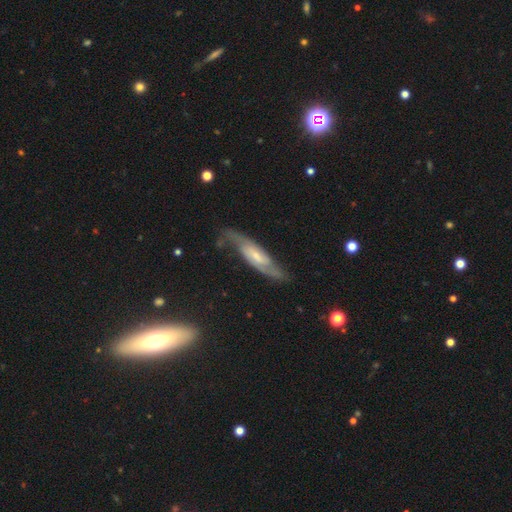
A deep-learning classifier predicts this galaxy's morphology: smooth-or-featured: featured or disk: 81% | smooth: 12% | star or artifact: 6%
  disk-edge-on: no: 81% | yes: 19%
    bar: weak: 43% | no: 41% | strong: 16%
    has-spiral-arms: yes: 95% | no: 5%
      spiral-winding: medium: 46% | loose: 32% | tight: 22%
      spiral-arm-count: 2: 87% | can't tell: 7% | 1: 2% | 3: 2% | 4: 1% | more than 4: 1%
    bulge-size: small: 58% | moderate: 30% | none: 8% | large: 3% | dominant: 1%
  merging: none: 74% | minor disturbance: 18% | major disturbance: 7% | merger: 2%